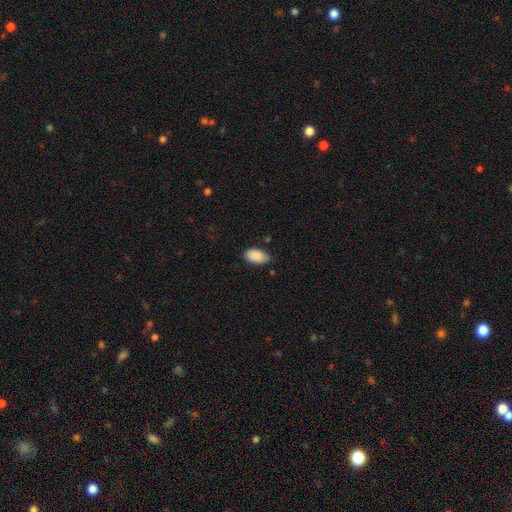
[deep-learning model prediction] This is clearly a smooth galaxy (89%). How rounded: clearly in between (94%). Merging: likely none (68%).